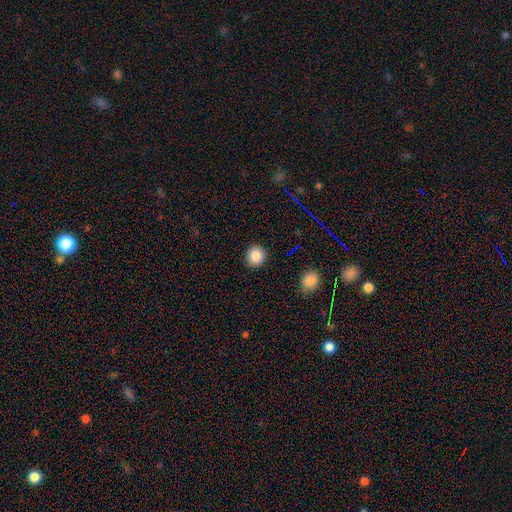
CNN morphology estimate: Q: Smooth or featured?
A: smooth (84%); runner-up: star or artifact (10%)
Q: How rounded?
A: round (87%); runner-up: in between (12%)
Q: Merging?
A: none (91%); runner-up: minor disturbance (6%)